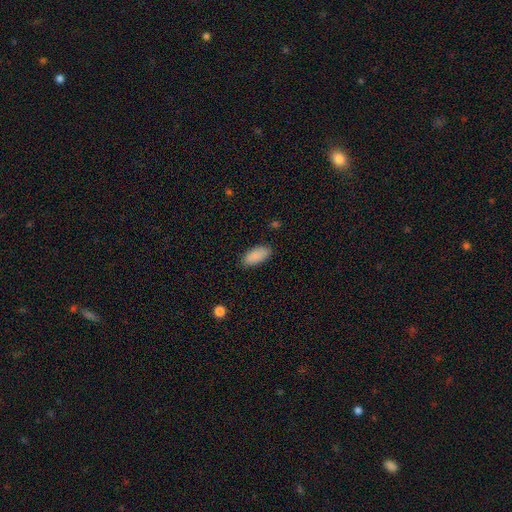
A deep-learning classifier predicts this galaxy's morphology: Q: Smooth or featured?
A: smooth (89%); runner-up: star or artifact (7%)
Q: How rounded?
A: in between (91%); runner-up: cigar-shaped (7%)
Q: Merging?
A: none (86%); runner-up: minor disturbance (11%)